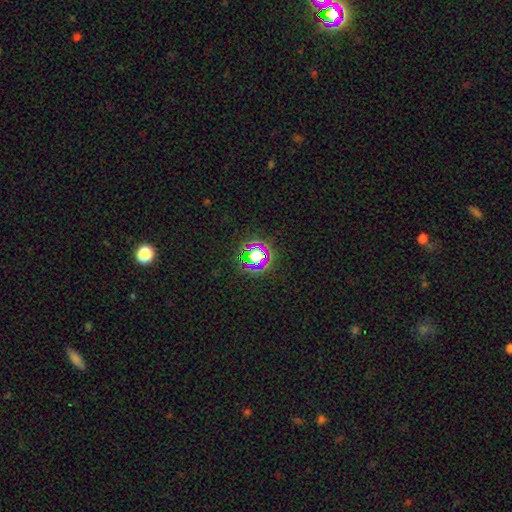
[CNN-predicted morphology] The model was most divided on "smooth or featured": star or artifact: 58%, smooth: 29%, featured or disk: 13%.